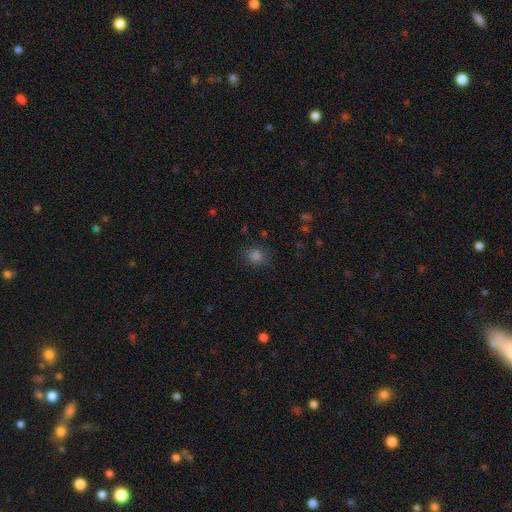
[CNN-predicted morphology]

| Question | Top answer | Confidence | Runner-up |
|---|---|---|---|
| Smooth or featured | smooth | 75% | star or artifact (20%) |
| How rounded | round | 79% | in between (20%) |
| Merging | none | 80% | minor disturbance (13%) |